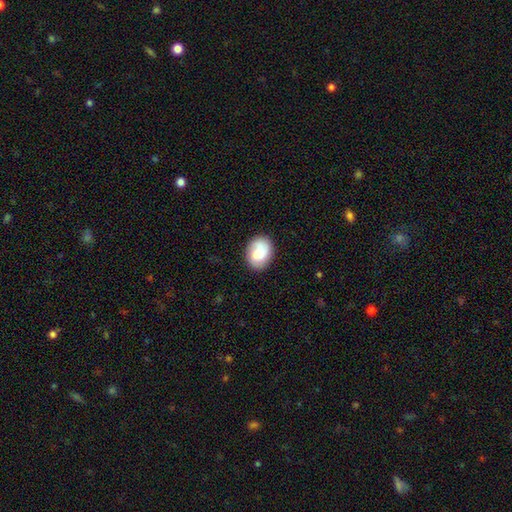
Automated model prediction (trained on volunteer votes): This is likely a smooth galaxy (78%). How rounded: likely in between (61%). Merging: likely none (76%).